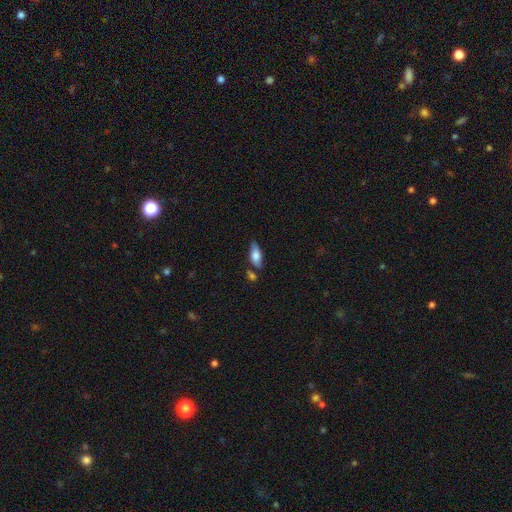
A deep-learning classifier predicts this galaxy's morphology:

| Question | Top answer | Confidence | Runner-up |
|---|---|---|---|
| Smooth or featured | smooth | 68% | featured or disk (25%) |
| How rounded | in between | 82% | cigar-shaped (15%) |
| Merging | none | 63% | minor disturbance (21%) |